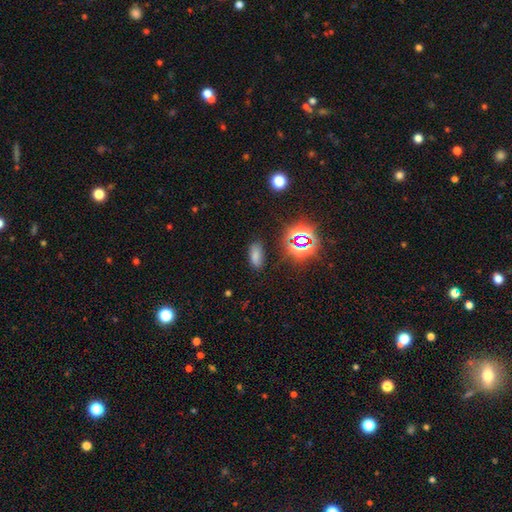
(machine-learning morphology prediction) A smooth galaxy with no disk features (66%) that is in between round and cigar-shaped (87%). Merging: none (77%).